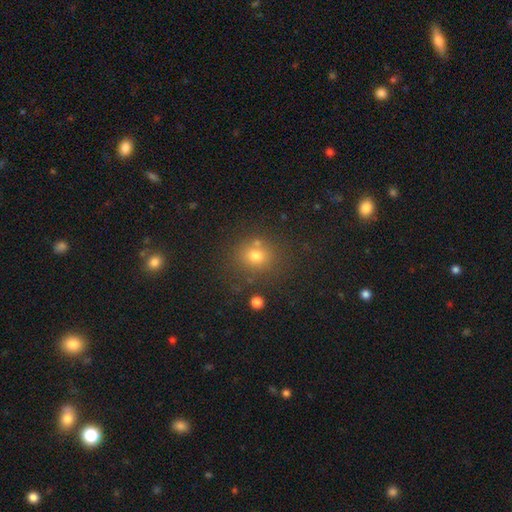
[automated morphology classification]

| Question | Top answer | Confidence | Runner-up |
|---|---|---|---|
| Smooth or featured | smooth | 71% | star or artifact (19%) |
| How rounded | round | 81% | in between (18%) |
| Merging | none | 74% | merger (11%) |